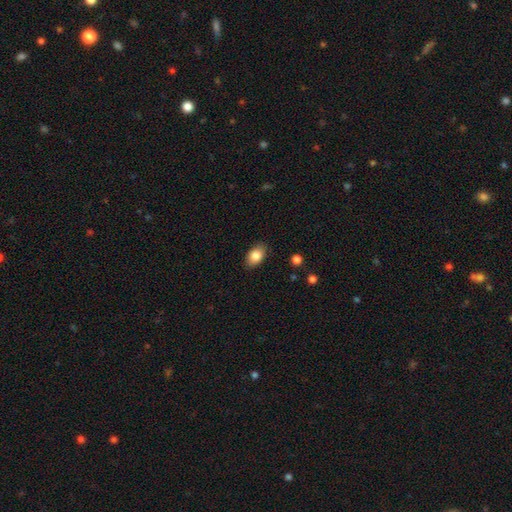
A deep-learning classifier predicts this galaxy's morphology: A smooth galaxy with no disk features (85%) that is in between round and cigar-shaped (87%). Merging: none (85%).